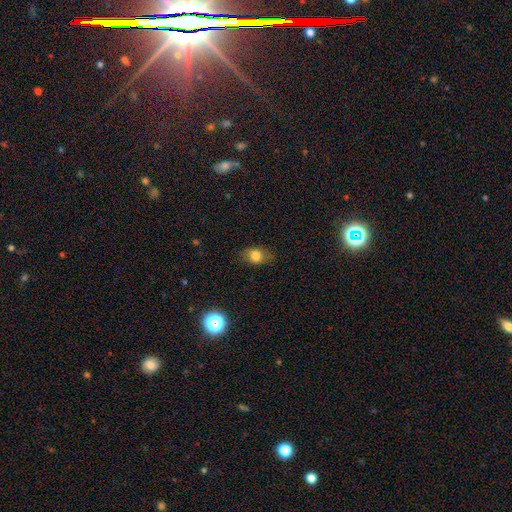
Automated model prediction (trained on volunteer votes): Overall: smooth (78%). How rounded: in between (68%; round 30%). Merging: none (76%).